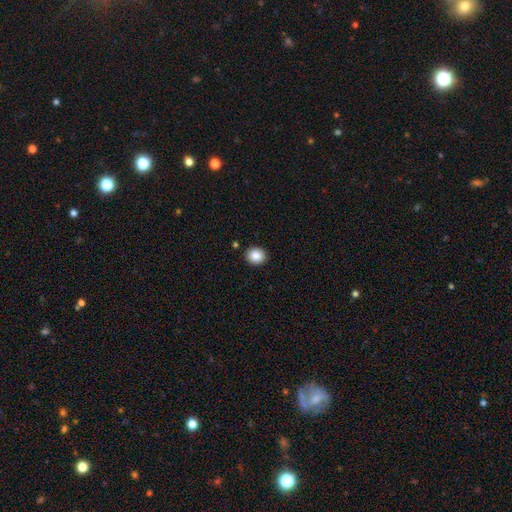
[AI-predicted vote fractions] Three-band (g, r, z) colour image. It shows a smooth galaxy with no disk features (86%) that is round (81%). Merging: none (91%).